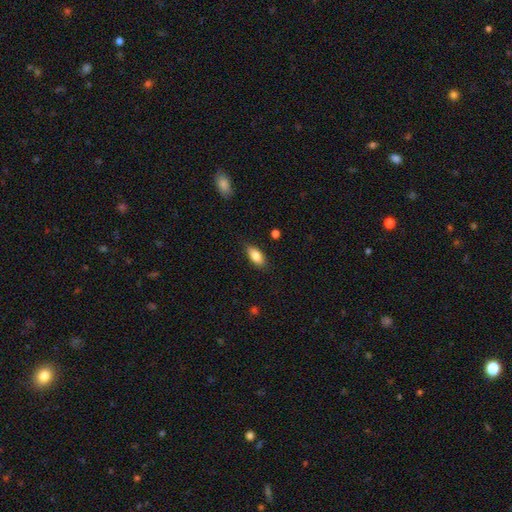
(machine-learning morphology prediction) Smooth or featured? smooth (82%)
How rounded? in between (88%)
Merging? none (84%)